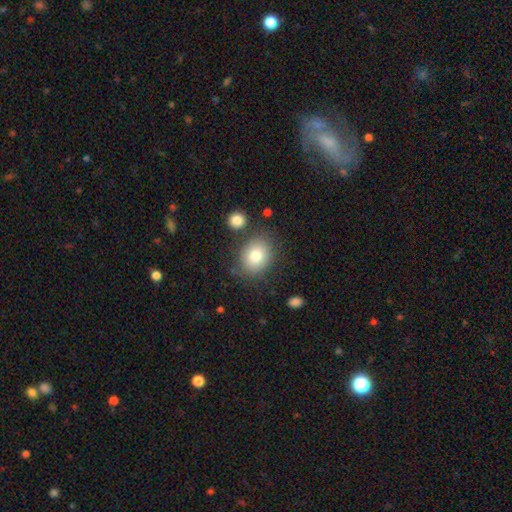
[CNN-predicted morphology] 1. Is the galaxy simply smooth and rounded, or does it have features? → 80% smooth, 11% featured or disk, 9% star or artifact.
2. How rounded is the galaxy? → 53% round, 46% in between, 1% cigar-shaped.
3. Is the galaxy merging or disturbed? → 76% none, 13% minor disturbance, 7% merger, 4% major disturbance.